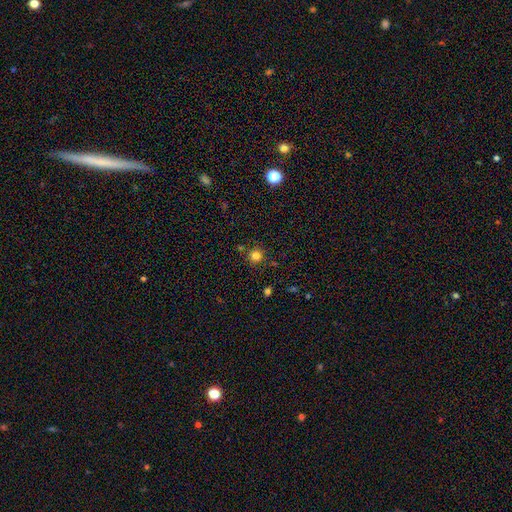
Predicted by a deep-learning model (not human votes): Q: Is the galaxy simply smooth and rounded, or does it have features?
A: smooth — 81%.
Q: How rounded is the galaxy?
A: round — 94%.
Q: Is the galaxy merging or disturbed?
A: none — 84%.